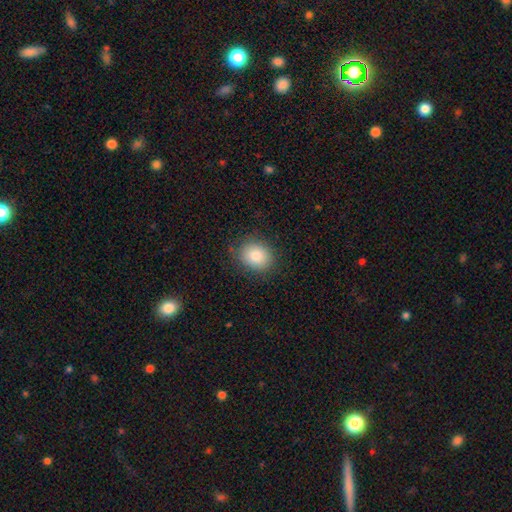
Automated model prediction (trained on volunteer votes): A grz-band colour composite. It shows a smooth galaxy with no disk features (85%) that is round (58%). Merging: none (84%).